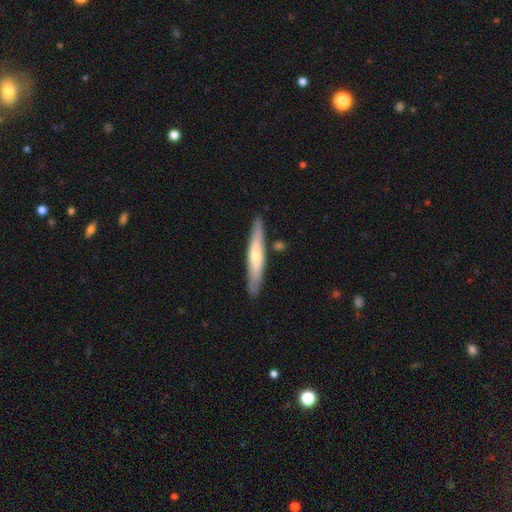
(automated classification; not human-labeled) Smooth or featured? featured or disk (48%)
Merging? none (85%)